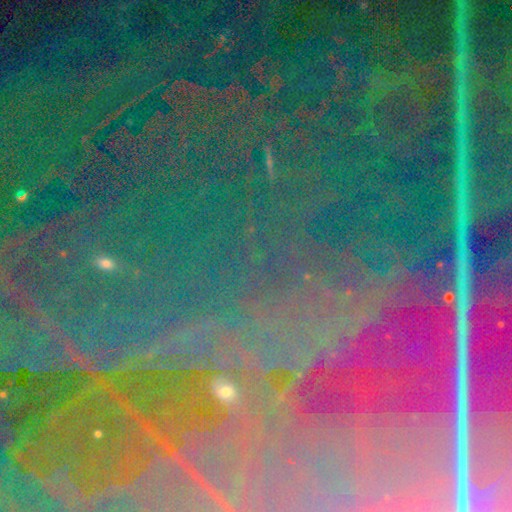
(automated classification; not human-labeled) The model was most divided on "smooth or featured": star or artifact: 86%, featured or disk: 7%, smooth: 7%.